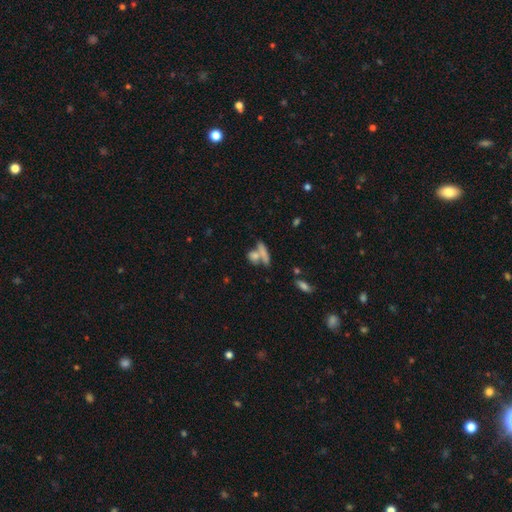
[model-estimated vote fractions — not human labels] The model was most divided on "merging": merger: 46%, none: 40%, minor disturbance: 9%, major disturbance: 5%. Remaining: smooth or featured — smooth (70%); how rounded — in between (48%).